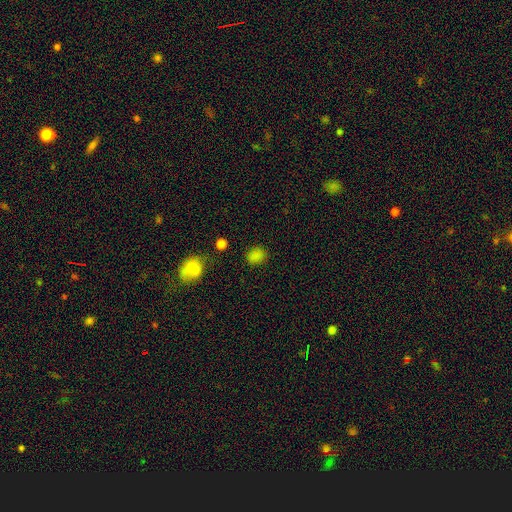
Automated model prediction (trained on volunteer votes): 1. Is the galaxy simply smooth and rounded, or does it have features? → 81% smooth, 15% star or artifact, 4% featured or disk.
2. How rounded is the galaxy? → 54% round, 44% in between, 1% cigar-shaped.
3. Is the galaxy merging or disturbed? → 82% none, 11% minor disturbance, 4% major disturbance, 3% merger.